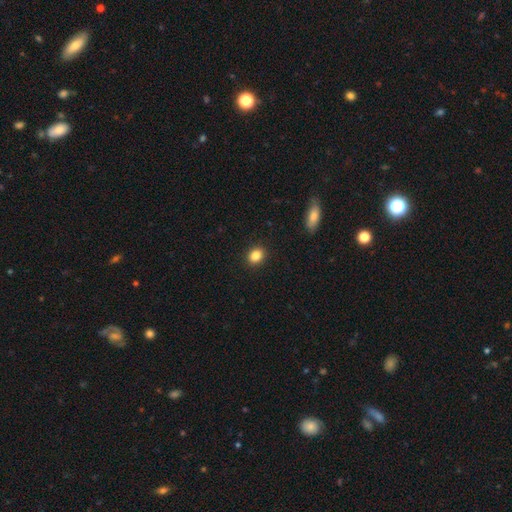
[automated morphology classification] Smooth or featured?
  - smooth: 85% *
  - star or artifact: 10%
  - featured or disk: 5%
How rounded?
  - round: 56% *
  - in between: 42%
  - cigar-shaped: 1%
Merging?
  - none: 91% *
  - minor disturbance: 6%
  - major disturbance: 2%
  - merger: 1%